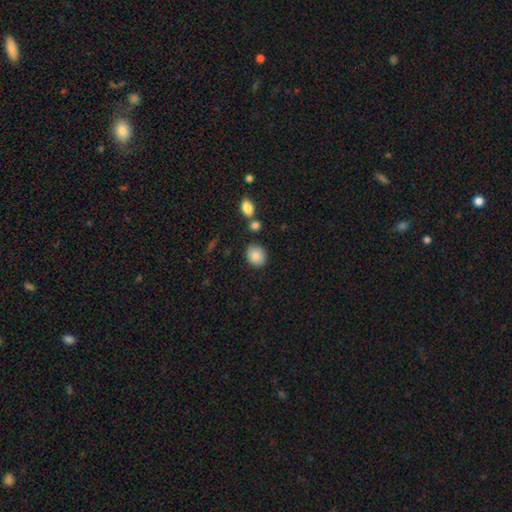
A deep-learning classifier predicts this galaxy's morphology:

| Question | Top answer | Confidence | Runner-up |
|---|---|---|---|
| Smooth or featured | smooth | 86% | star or artifact (8%) |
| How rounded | round | 61% | in between (38%) |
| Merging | none | 81% | minor disturbance (11%) |